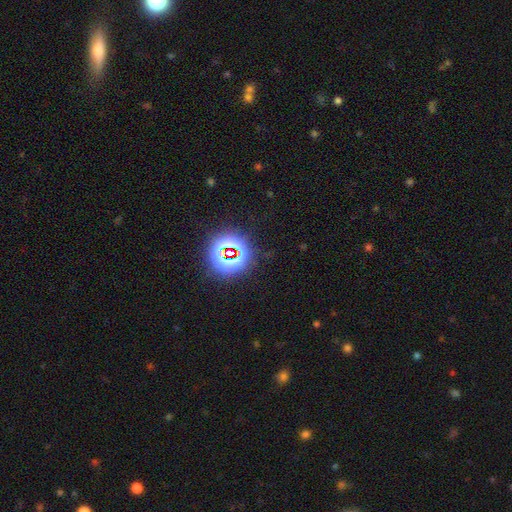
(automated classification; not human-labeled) smooth-or-featured: star or artifact: 78% | smooth: 14% | featured or disk: 7%